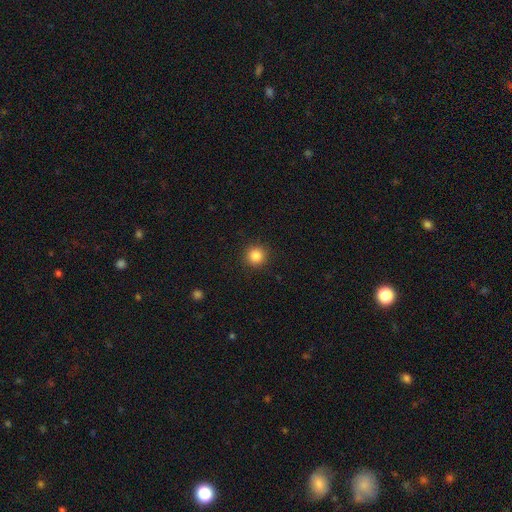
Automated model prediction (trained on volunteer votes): Smooth or featured: smooth — 84% (star or artifact — 11%)
How rounded: round — 94% (in between — 5%)
Merging: none — 92% (minor disturbance — 5%)